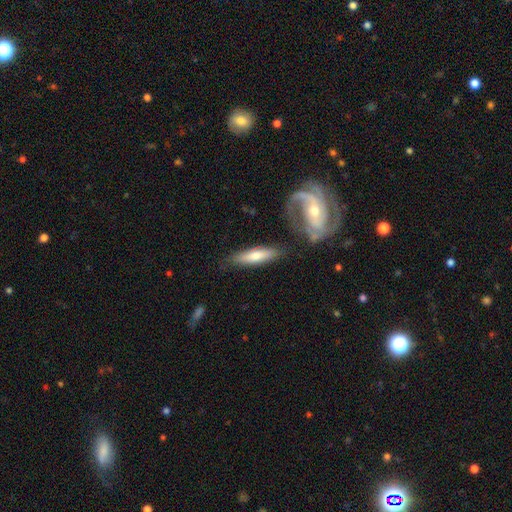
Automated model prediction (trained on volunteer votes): smooth_or_featured: smooth (p=0.50) [alt: featured or disk p=0.44]
merging: none (p=0.72) [alt: minor disturbance p=0.16]